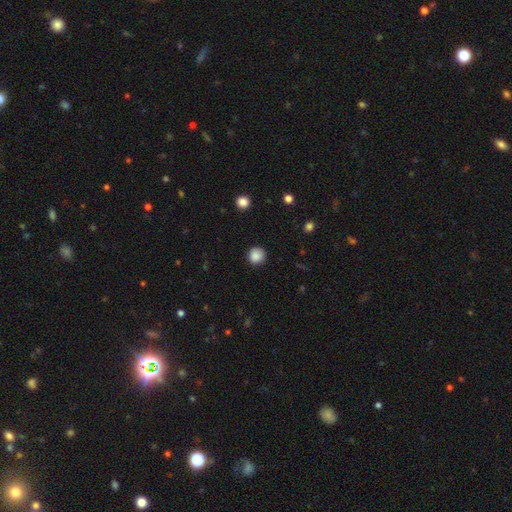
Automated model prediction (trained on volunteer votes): smooth_or_featured: smooth (p=0.87) [alt: star or artifact p=0.10]
how_rounded: round (p=0.94) [alt: in between p=0.06]
merging: none (p=0.89) [alt: minor disturbance p=0.07]